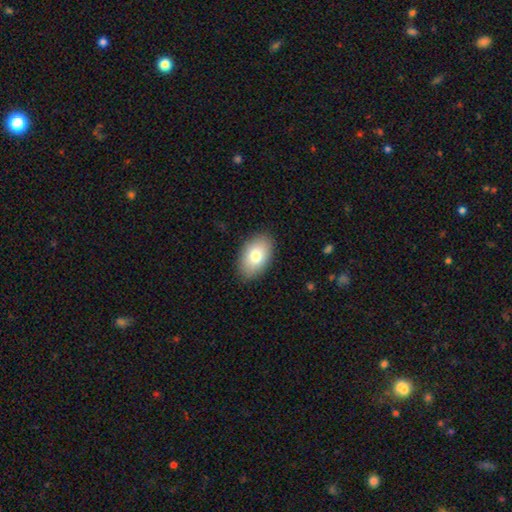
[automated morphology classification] The model was most divided on "smooth or featured": smooth: 77%, featured or disk: 15%, star or artifact: 8%. More confident: how rounded — in between (91%); merging — none (88%).